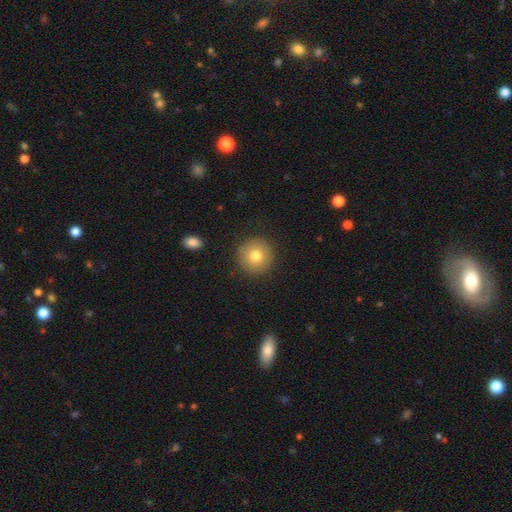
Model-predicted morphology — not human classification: This appears to be a smooth galaxy with no disk features (78%) that is round (94%). Merging: none (89%).